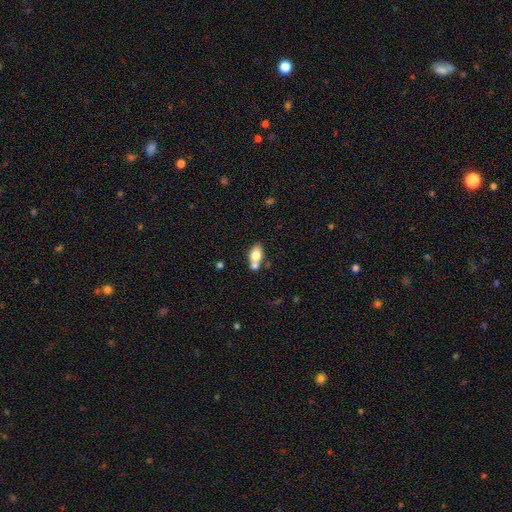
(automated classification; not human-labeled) A smooth galaxy with no disk features (73%) that is in between round and cigar-shaped (85%). Merging: none (43%).